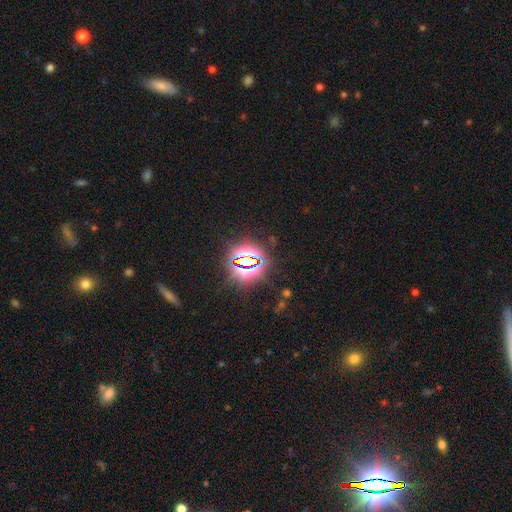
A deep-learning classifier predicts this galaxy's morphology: Smooth or featured?
  - star or artifact: 80% *
  - smooth: 12%
  - featured or disk: 8%